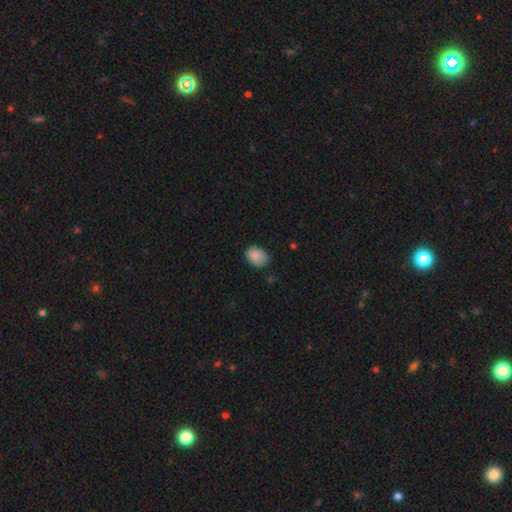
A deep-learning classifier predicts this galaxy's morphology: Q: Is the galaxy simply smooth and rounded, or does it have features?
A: smooth — 84%.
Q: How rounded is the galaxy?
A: in between — 72%.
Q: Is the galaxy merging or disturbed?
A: none — 67%.